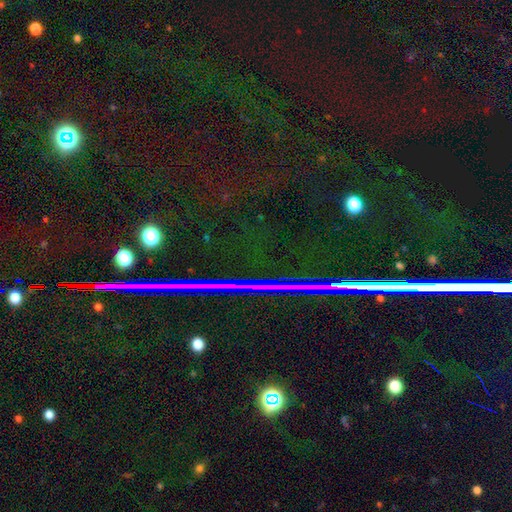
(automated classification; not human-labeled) smooth_or_featured: star or artifact (p=0.81) [alt: featured or disk p=0.10]